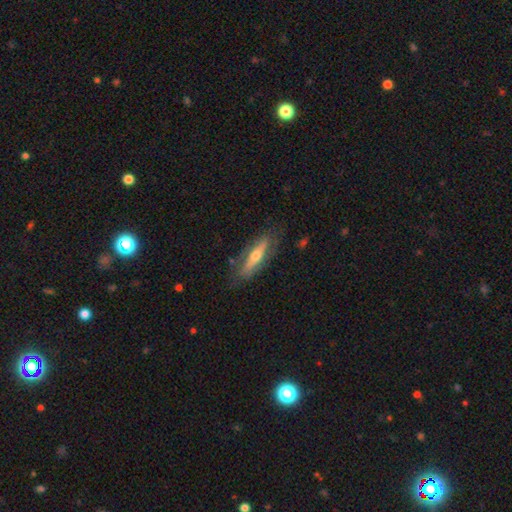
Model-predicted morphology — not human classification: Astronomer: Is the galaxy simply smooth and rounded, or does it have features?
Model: featured or disk — 59% (runner-up: smooth, 35%).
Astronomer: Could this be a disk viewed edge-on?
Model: yes — 71%.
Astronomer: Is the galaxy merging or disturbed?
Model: none — 75%.